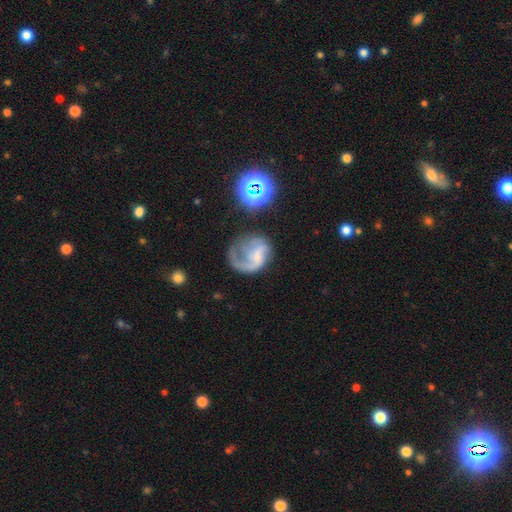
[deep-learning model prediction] A featured or disk galaxy (65%) with no bar (55%), 1 (57%) loose (49%) spiral arms (81%) and no central bulge (46%).

Vote fractions:
- Smooth or featured? featured or disk: 65% / smooth: 23% / star or artifact: 12%
- Edge-on disk? no: 98% / yes: 2%
- Bar? no: 55% / weak: 36% / strong: 9%
- Spiral arms? yes: 81% / no: 19%
- Spiral winding? loose: 49% / medium: 36% / tight: 15%
- Spiral arm count? 1: 57% / 2: 24% / can't tell: 11% / 3: 5% / 4: 2% / more than 4: 2%
- Bulge size? none: 46% / small: 31% / moderate: 17% / large: 4% / dominant: 2%
- Merging? major disturbance: 42% / none: 34% / minor disturbance: 20% / merger: 5%